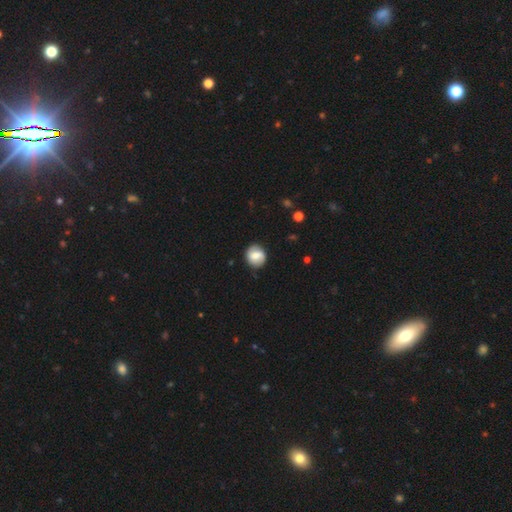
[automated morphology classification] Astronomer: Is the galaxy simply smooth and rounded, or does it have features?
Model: smooth — 64%.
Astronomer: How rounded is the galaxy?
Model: round — 83%.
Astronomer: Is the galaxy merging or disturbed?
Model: none — 84%.